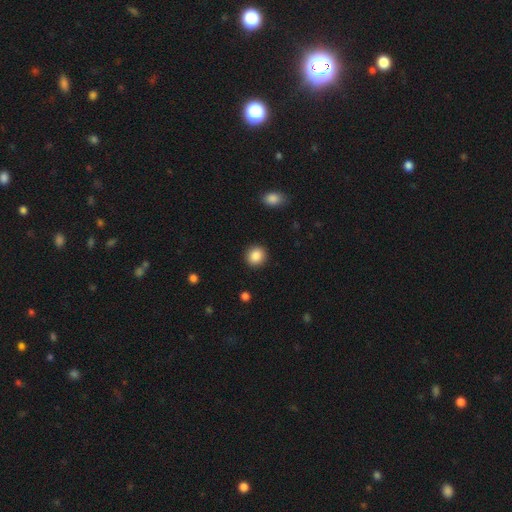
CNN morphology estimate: This is clearly a smooth galaxy (88%). How rounded: clearly round (87%). Merging: clearly none (91%).